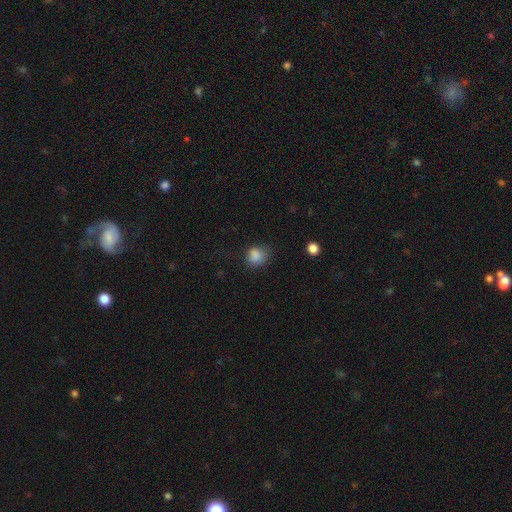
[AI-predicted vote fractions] A smooth galaxy with no disk features (85%) that is round (70%).

Vote fractions:
- Smooth or featured? smooth: 85% / star or artifact: 11% / featured or disk: 4%
- How rounded? round: 70% / in between: 29% / cigar-shaped: 1%
- Merging? none: 66% / minor disturbance: 24% / major disturbance: 8% / merger: 2%